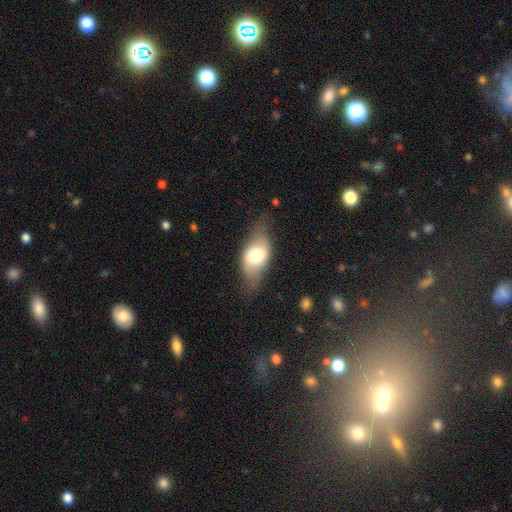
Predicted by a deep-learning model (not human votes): This appears to be a smooth galaxy with no disk features (58%) that is in between round and cigar-shaped (85%). Merging: none (63%).